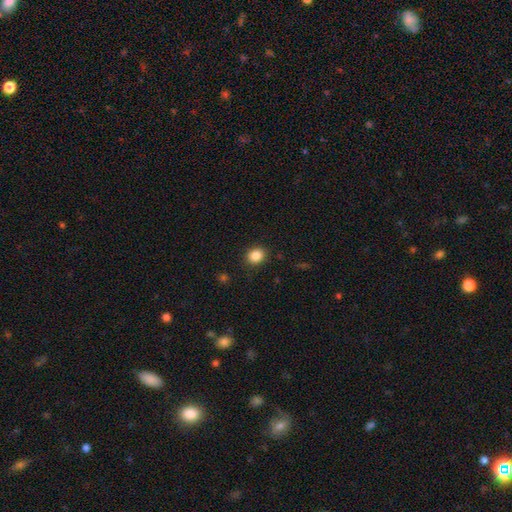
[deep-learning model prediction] Overall: smooth (87%). How rounded: round (65%; in between 34%). Merging: none (88%).